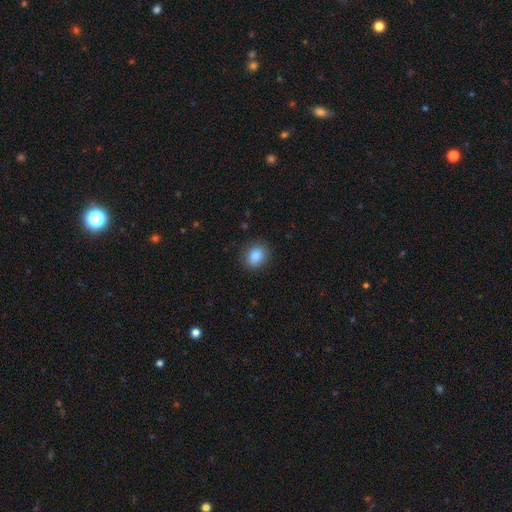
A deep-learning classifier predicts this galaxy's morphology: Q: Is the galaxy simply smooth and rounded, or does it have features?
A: smooth — 84%.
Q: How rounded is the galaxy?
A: round — 53%.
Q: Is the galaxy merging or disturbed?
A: none — 88%.